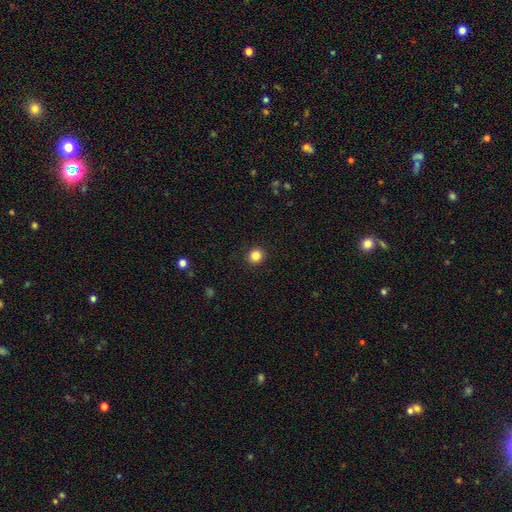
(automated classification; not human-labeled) smooth-or-featured: smooth: 84% | star or artifact: 11% | featured or disk: 4%
  how-rounded: round: 91% | in between: 8% | cigar-shaped: 1%
  merging: none: 92% | minor disturbance: 5% | major disturbance: 2% | merger: 1%